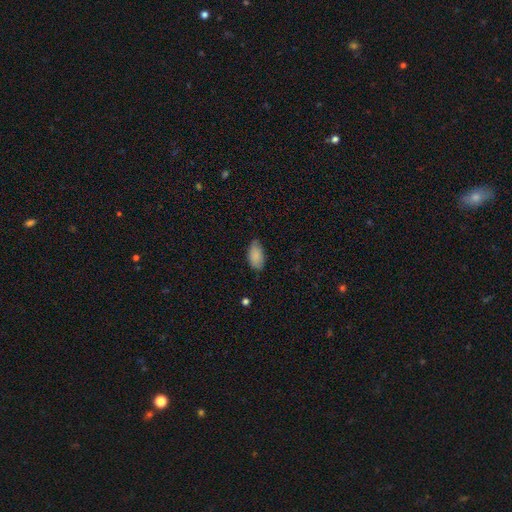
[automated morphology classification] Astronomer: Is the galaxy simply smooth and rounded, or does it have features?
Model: smooth — 87%.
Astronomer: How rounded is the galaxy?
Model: in between — 94%.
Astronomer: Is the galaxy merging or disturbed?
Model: none — 72%.